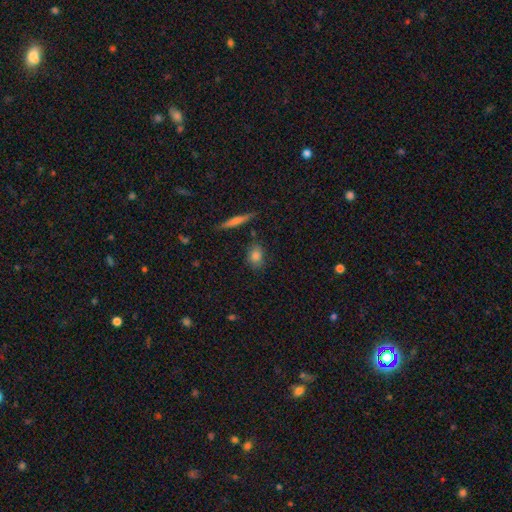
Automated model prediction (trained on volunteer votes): Smooth or featured?
  - smooth: 81% *
  - featured or disk: 10%
  - star or artifact: 9%
How rounded?
  - in between: 58% *
  - round: 35%
  - cigar-shaped: 6%
Merging?
  - none: 80% *
  - minor disturbance: 14%
  - merger: 3%
  - major disturbance: 3%